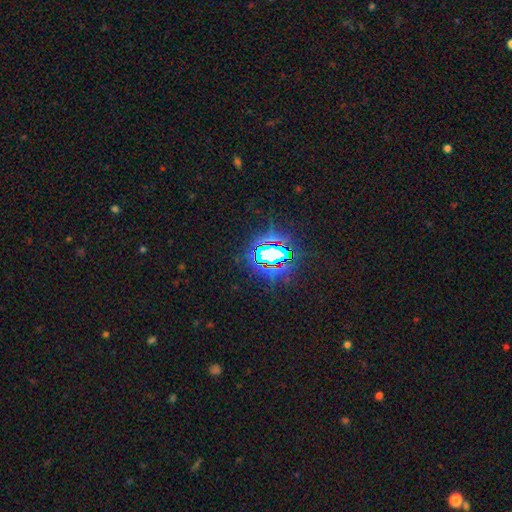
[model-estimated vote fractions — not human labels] A star or artifact, not a galaxy (76%).